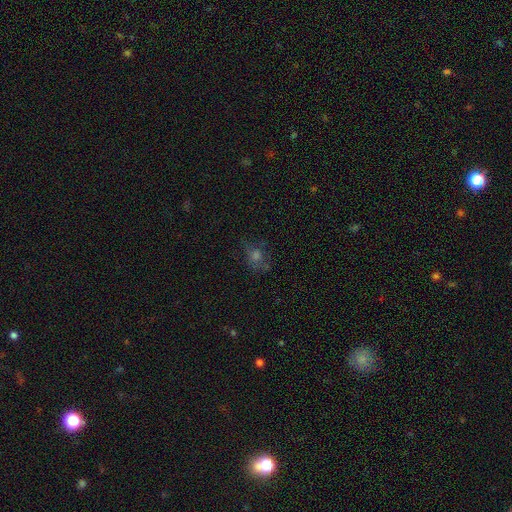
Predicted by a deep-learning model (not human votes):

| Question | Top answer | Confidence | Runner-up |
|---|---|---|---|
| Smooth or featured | smooth | 46% | star or artifact (32%) |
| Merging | none | 66% | minor disturbance (19%) |